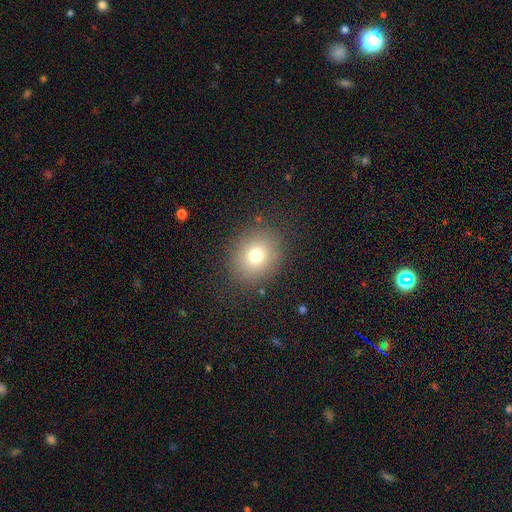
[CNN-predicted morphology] type=smooth (73%); roundness=round (72%); merging=none (85%).